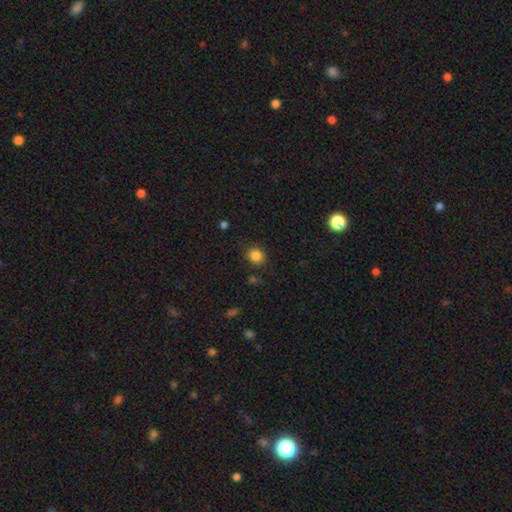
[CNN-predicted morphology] Smooth or featured? smooth (84%)
How rounded? round (73%)
Merging? none (84%)